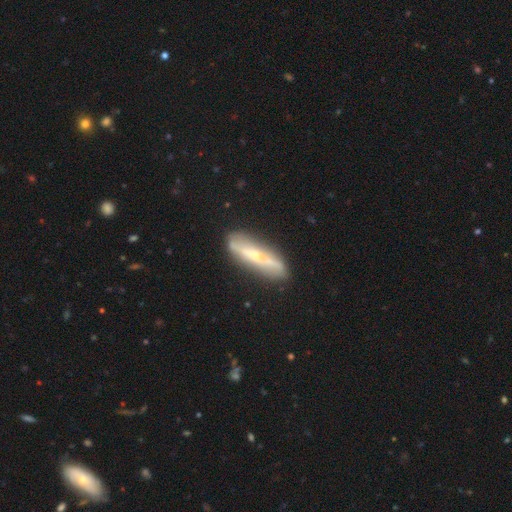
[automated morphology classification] This appears to be a featured or disk galaxy (64%) viewed edge-on (61%). Merging: none (81%).